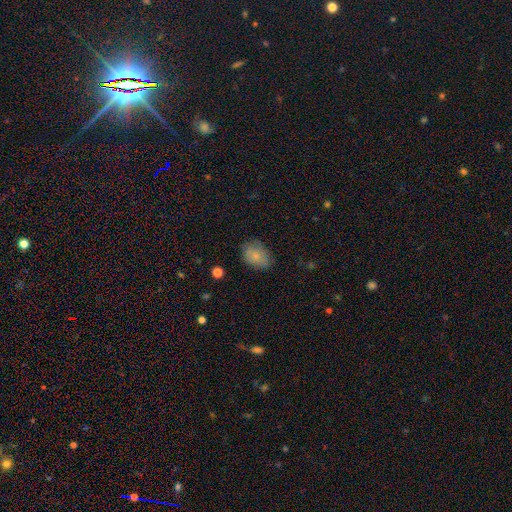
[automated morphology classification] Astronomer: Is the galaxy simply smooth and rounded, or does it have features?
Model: smooth — 80%.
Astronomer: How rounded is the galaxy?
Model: in between — 76%.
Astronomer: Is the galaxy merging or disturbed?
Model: none — 75%.